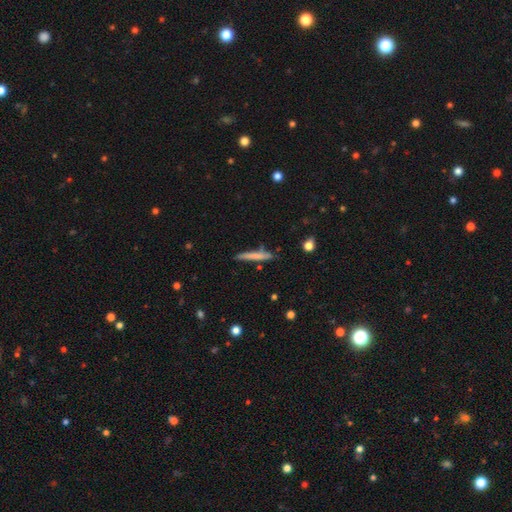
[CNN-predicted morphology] A smooth galaxy with no disk features (67%) that is cigar-shaped (95%). Merging: none (79%).